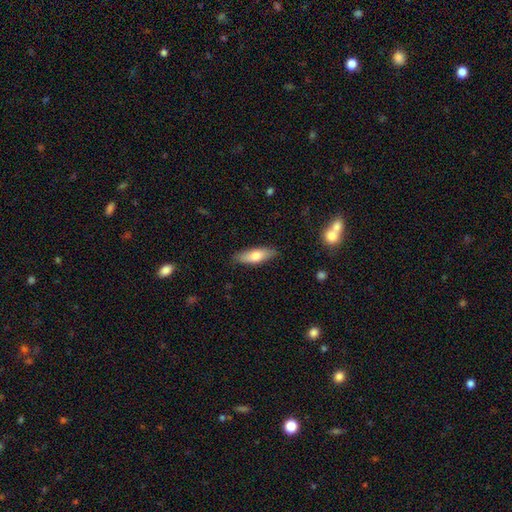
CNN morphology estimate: Smooth or featured?
  - smooth: 71% *
  - featured or disk: 23%
  - star or artifact: 6%
How rounded?
  - in between: 56% *
  - cigar-shaped: 42%
  - round: 2%
Merging?
  - none: 85% *
  - minor disturbance: 12%
  - major disturbance: 2%
  - merger: 1%